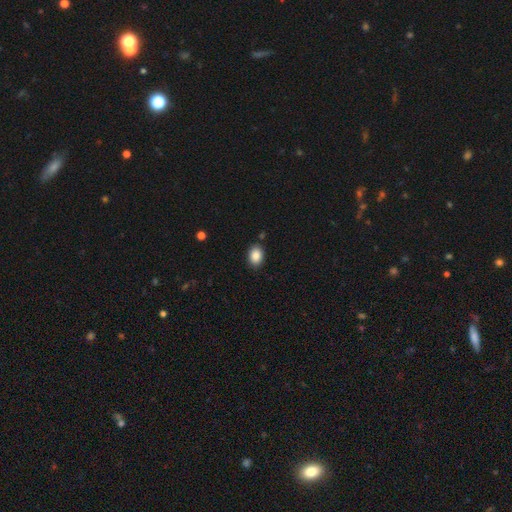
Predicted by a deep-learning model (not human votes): The model was most divided on "how rounded": in between: 71%, round: 28%, cigar-shaped: 1%. More confident: smooth or featured — smooth (87%); merging — none (86%).